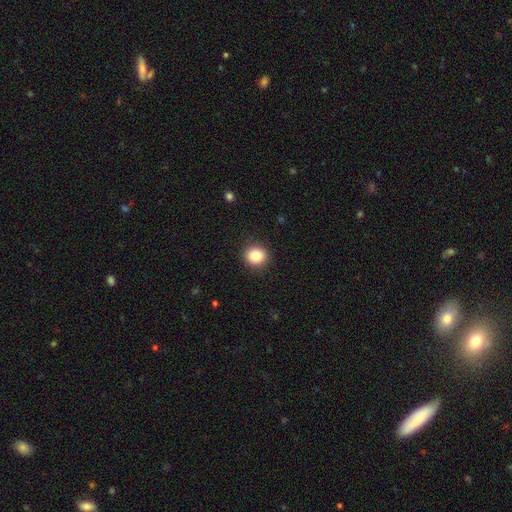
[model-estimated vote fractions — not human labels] This is clearly a smooth galaxy (84%). How rounded: clearly round (84%). Merging: clearly none (91%).